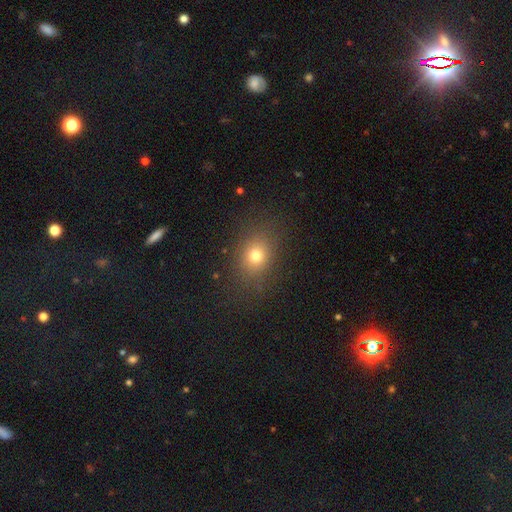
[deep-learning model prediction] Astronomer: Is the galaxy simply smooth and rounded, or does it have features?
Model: smooth — 75%.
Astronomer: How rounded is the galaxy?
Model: round — 50% (runner-up: in between, 49%).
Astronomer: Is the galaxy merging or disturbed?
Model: none — 82%.